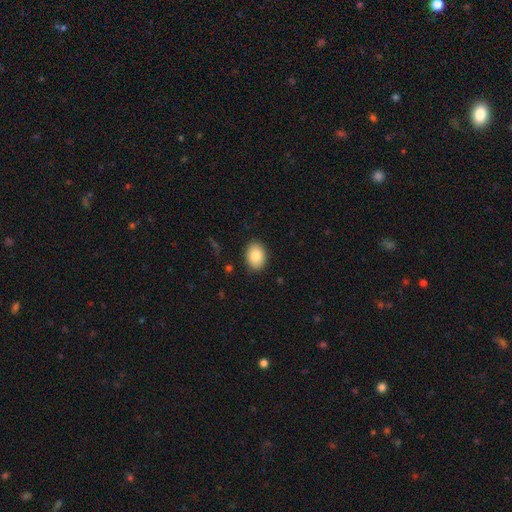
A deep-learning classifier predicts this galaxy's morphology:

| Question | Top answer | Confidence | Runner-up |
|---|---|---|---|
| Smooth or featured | smooth | 85% | featured or disk (8%) |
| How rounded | in between | 76% | round (23%) |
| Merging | none | 89% | minor disturbance (8%) |